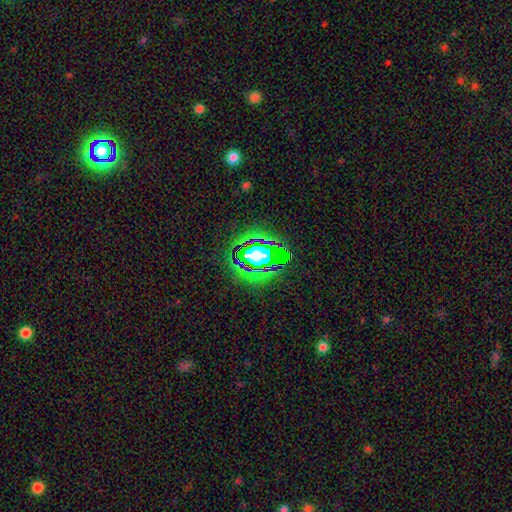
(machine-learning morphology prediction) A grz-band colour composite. It shows a star or artifact, not a galaxy (52%).